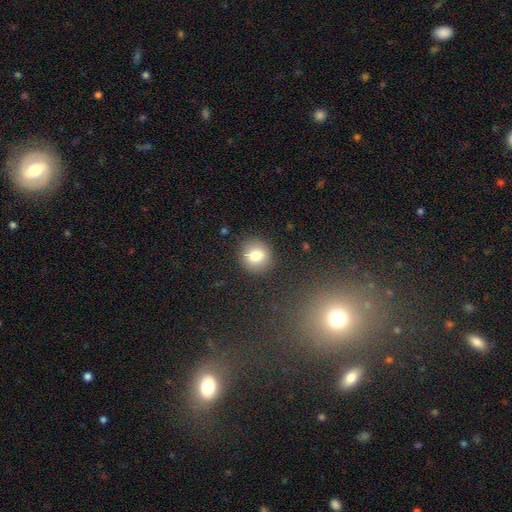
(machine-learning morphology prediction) Q: Smooth or featured?
A: smooth (78%); runner-up: featured or disk (12%)
Q: How rounded?
A: round (87%); runner-up: in between (12%)
Q: Merging?
A: none (89%); runner-up: minor disturbance (7%)